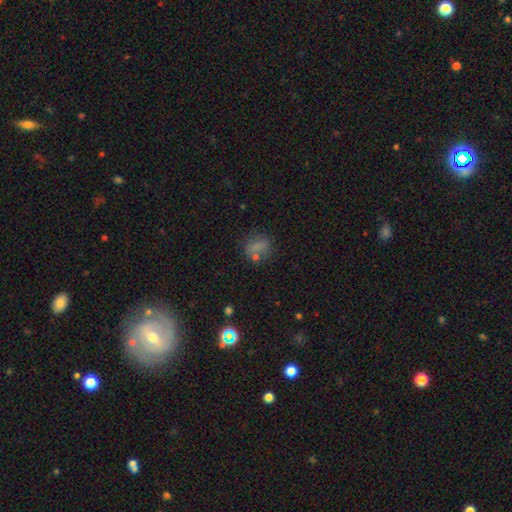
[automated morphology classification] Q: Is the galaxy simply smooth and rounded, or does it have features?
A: smooth — 61%.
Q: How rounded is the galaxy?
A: round — 54%.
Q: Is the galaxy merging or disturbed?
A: none — 68%.